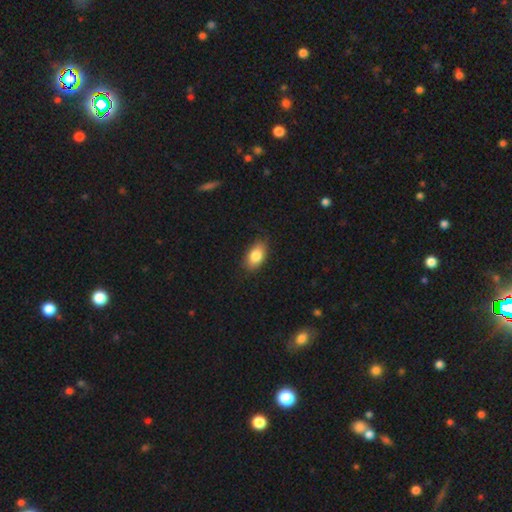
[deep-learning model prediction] Smooth or featured?
  - smooth: 83% *
  - featured or disk: 10%
  - star or artifact: 8%
How rounded?
  - in between: 89% *
  - round: 8%
  - cigar-shaped: 2%
Merging?
  - none: 79% *
  - minor disturbance: 17%
  - major disturbance: 3%
  - merger: 1%